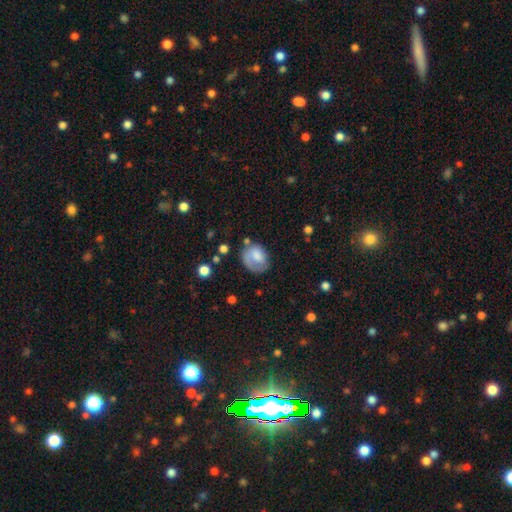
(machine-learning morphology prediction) This appears to be a smooth galaxy with no disk features (58%) that is round (52%). Merging: none (50%).